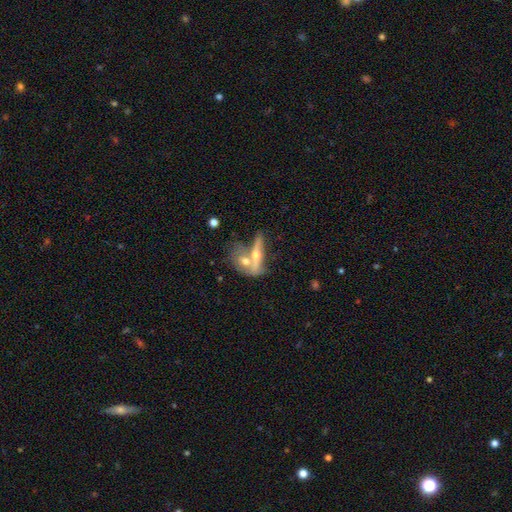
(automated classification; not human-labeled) featured or disk 59%, smooth 33%, star or artifact 8%. Down the decision tree: edge-on disk — yes (75%); merging — merger (54%).